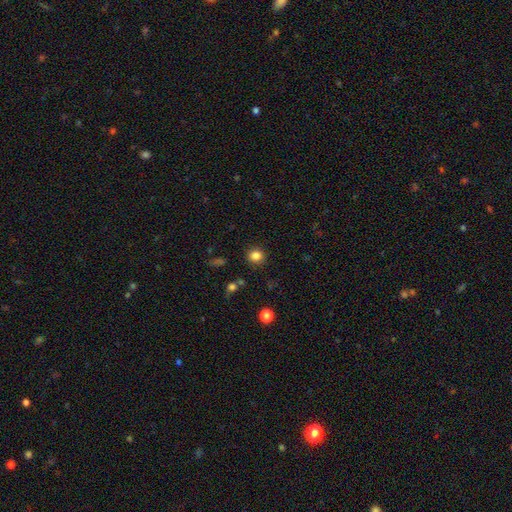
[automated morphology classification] Q: Smooth or featured?
A: smooth (84%); runner-up: star or artifact (12%)
Q: How rounded?
A: round (86%); runner-up: in between (13%)
Q: Merging?
A: none (89%); runner-up: minor disturbance (7%)